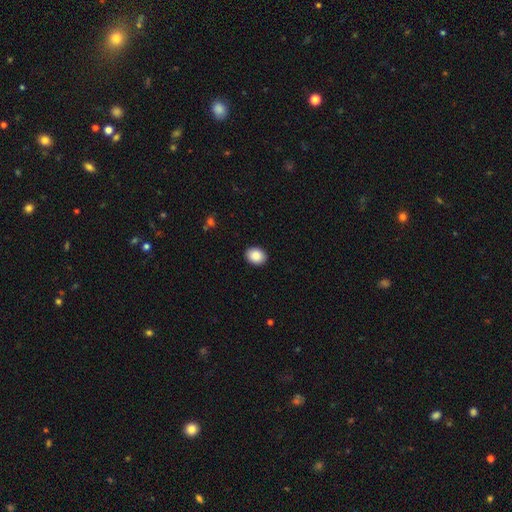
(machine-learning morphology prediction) The model was most divided on "how rounded": in between: 59%, round: 40%, cigar-shaped: 1%. More confident: merging — none (91%); smooth or featured — smooth (90%).